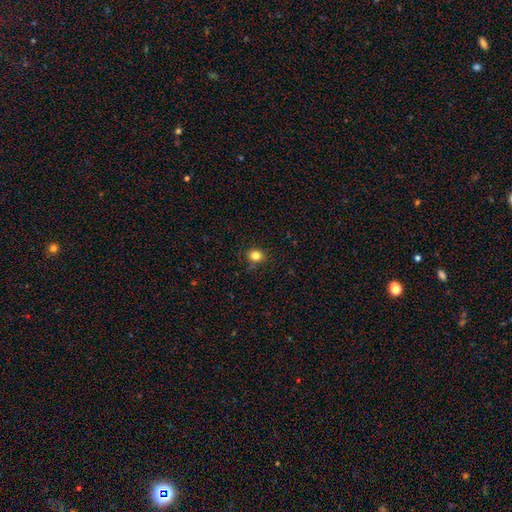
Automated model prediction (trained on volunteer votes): Smooth or featured? smooth (83%)
How rounded? round (64%)
Merging? none (86%)